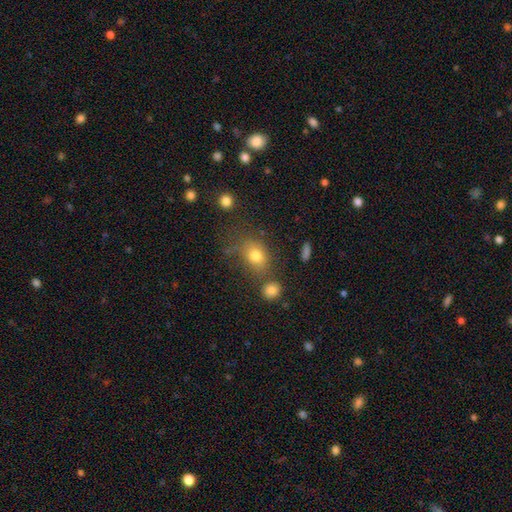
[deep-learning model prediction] Overall: smooth (76%). How rounded: in between (56%; round 42%). Merging: none (56%; minor disturbance 20%).